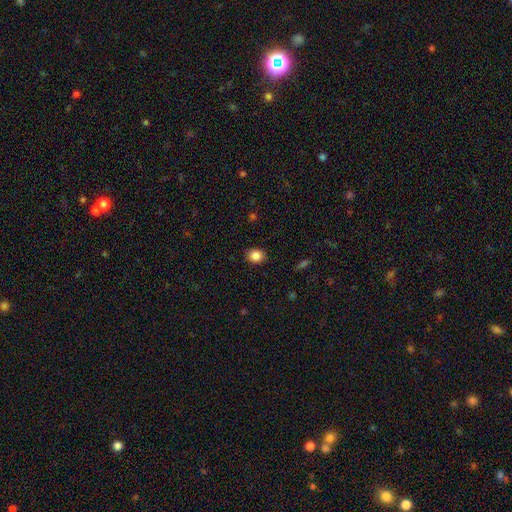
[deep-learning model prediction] Smooth or featured? smooth (86%)
How rounded? round (62%)
Merging? none (88%)